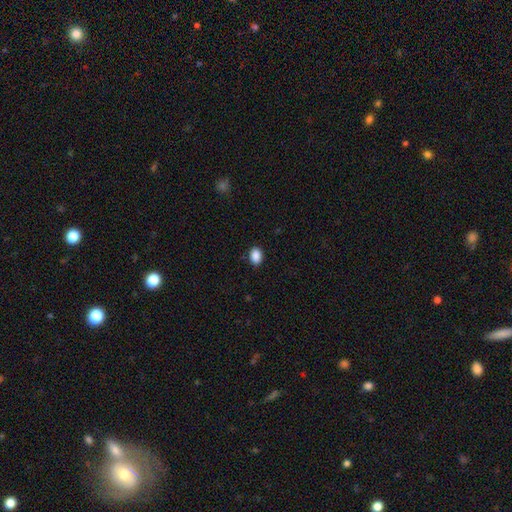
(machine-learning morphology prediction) Overall: smooth (89%). How rounded: in between (77%). Merging: none (87%).